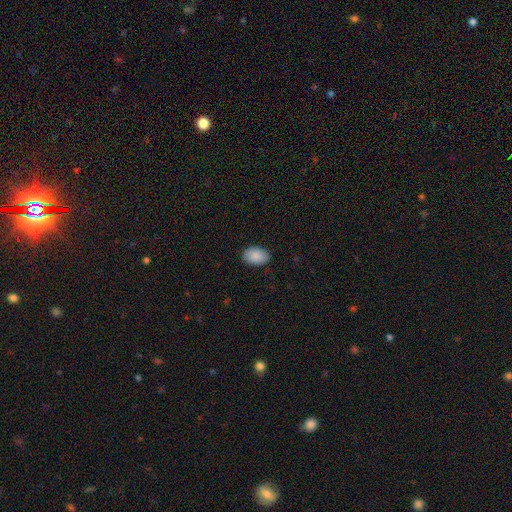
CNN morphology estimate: Overall: smooth (90%). How rounded: in between (90%). Merging: none (88%).